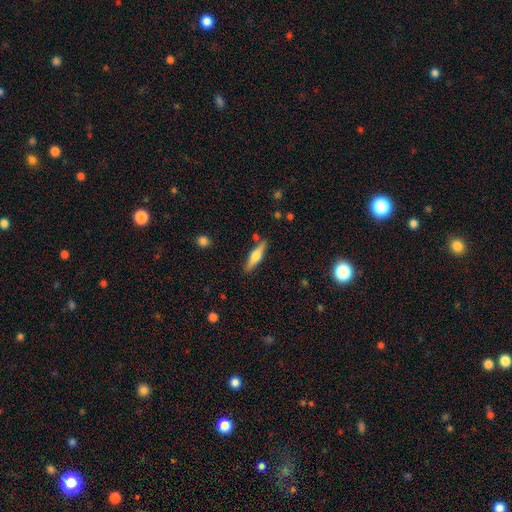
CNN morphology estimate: A smooth galaxy with no disk features (47%, tied with featured or disk).

Vote fractions:
- Smooth or featured? smooth: 47% (tied) / featured or disk: 47% (tied) / star or artifact: 6%
- Merging? none: 84% / minor disturbance: 10% / merger: 3% / major disturbance: 2%